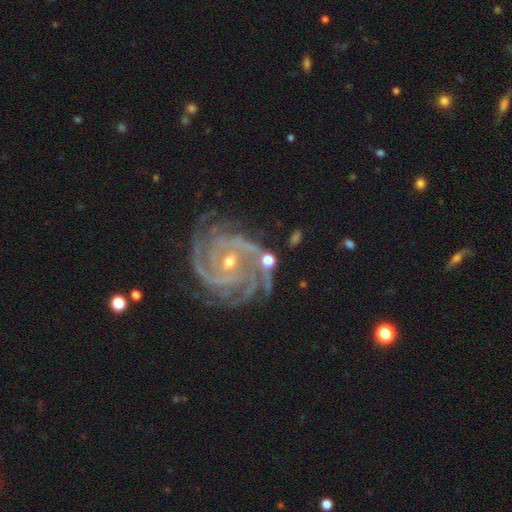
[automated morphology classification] Smooth or featured? Predicted: featured or disk (p=0.92). Edge-on disk? Predicted: no (p=0.98). Bar? Predicted: no (p=0.53). Spiral arms? Predicted: yes (p=0.99). Spiral winding? Predicted: tight (p=0.75). Spiral arm count? Predicted: 3 (p=0.30). Bulge size? Predicted: small (p=0.64). Merging? Predicted: none (p=0.73).